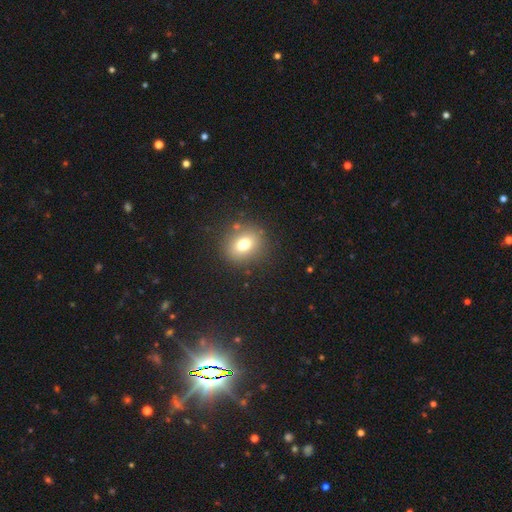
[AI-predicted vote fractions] This is possibly a smooth galaxy (48%). Merging: clearly none (88%).